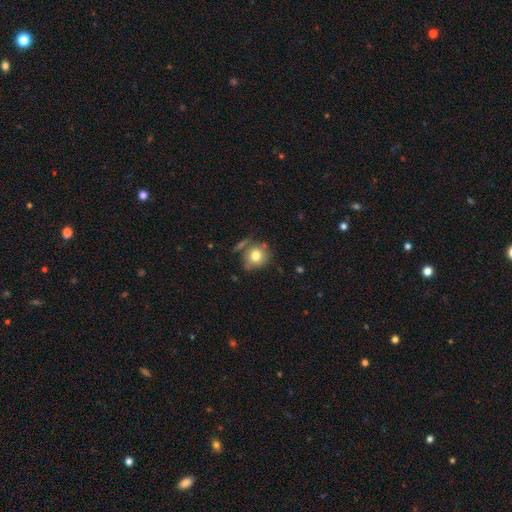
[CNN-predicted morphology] The model was most divided on "merging": none: 62%, minor disturbance: 20%, merger: 11%, major disturbance: 7%. More confident: smooth or featured — smooth (76%); how rounded — round (74%).